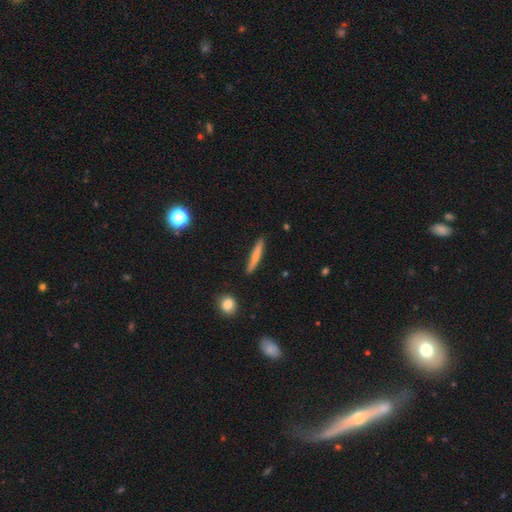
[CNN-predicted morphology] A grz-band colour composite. It shows a smooth galaxy with no disk features (71%) that is cigar-shaped (94%). Merging: none (88%).